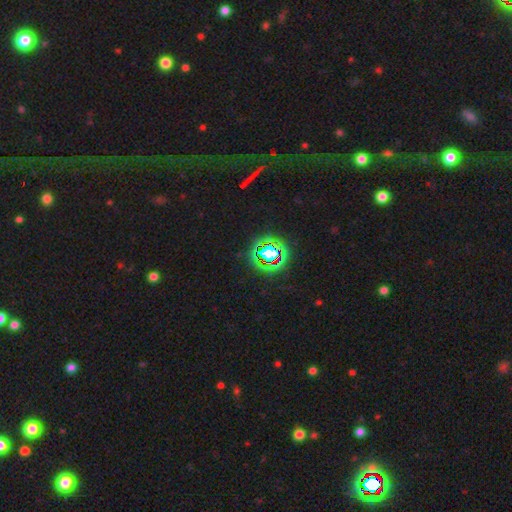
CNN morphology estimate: Smooth or featured? star or artifact (80%)